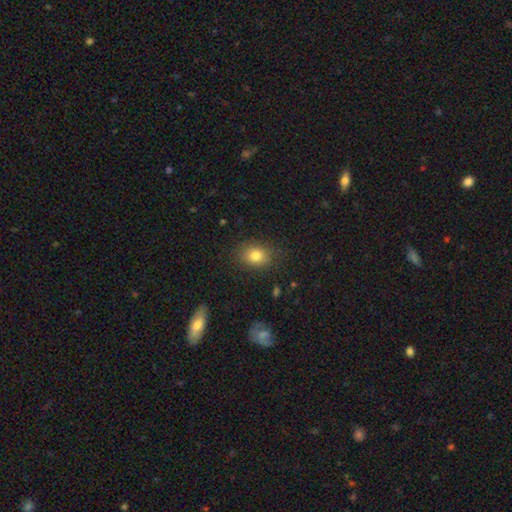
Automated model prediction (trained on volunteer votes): smooth_or_featured: smooth (p=0.82) [alt: star or artifact p=0.10]
how_rounded: in between (p=0.59) [alt: round p=0.40]
merging: none (p=0.81) [alt: minor disturbance p=0.14]